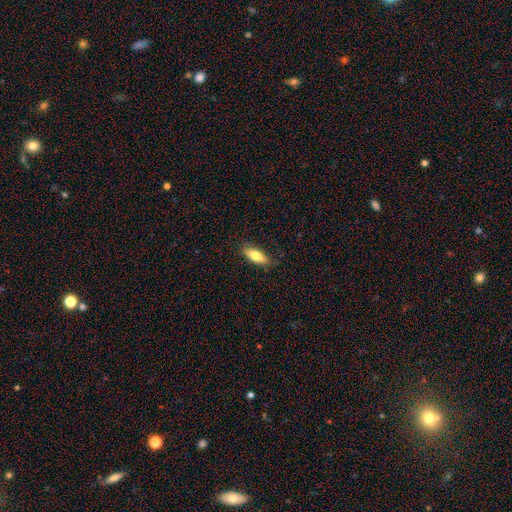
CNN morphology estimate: smooth_or_featured: smooth (p=0.75) [alt: featured or disk p=0.19]
how_rounded: in between (p=0.67) [alt: cigar-shaped p=0.31]
merging: none (p=0.82) [alt: minor disturbance p=0.14]